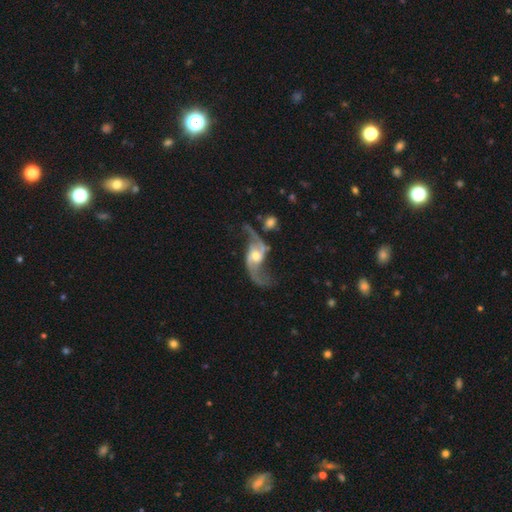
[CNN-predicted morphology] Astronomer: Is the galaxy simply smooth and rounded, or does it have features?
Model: featured or disk — 91%.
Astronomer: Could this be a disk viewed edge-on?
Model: no — 96%.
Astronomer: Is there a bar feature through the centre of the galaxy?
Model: no — 44% (runner-up: weak, 39%).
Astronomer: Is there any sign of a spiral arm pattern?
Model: yes — 96%.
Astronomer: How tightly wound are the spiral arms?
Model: loose — 81%.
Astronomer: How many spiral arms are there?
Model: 2 — 93%.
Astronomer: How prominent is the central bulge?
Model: moderate — 62%.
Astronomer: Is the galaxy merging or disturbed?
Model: none — 59%.